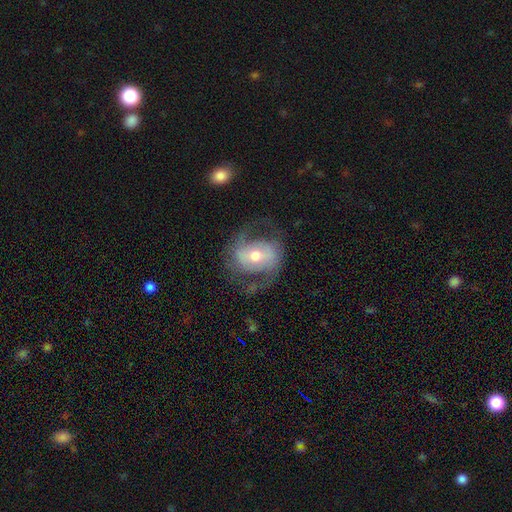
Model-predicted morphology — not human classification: This is likely a featured or disk galaxy (78%). It is clearly not viewed edge-on (96%). Bar: marginally weak (38%). Spiral arm pattern: clearly yes (86%). Spiral arm count: clearly 2 (87%). Spiral winding: possibly medium (50%). Central bulge: likely moderate (62%). Merging: likely none (66%).